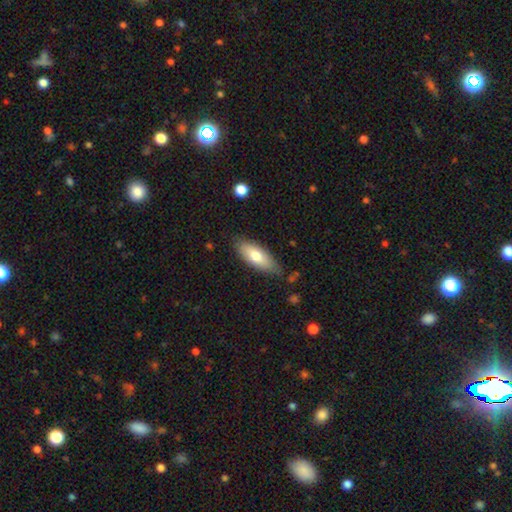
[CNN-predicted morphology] Overall: smooth (73%). How rounded: in between (75%). Merging: none (78%).